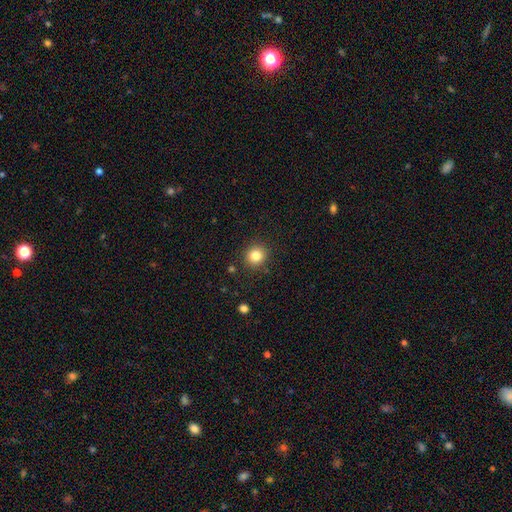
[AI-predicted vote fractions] A smooth galaxy with no disk features (83%) that is round (90%). Merging: none (89%).